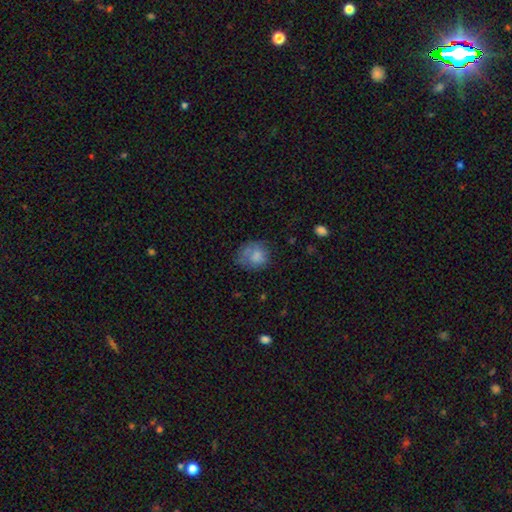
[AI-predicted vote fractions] Q: Smooth or featured?
A: smooth (72%); runner-up: featured or disk (18%)
Q: How rounded?
A: round (67%); runner-up: in between (33%)
Q: Merging?
A: none (54%); runner-up: minor disturbance (27%)